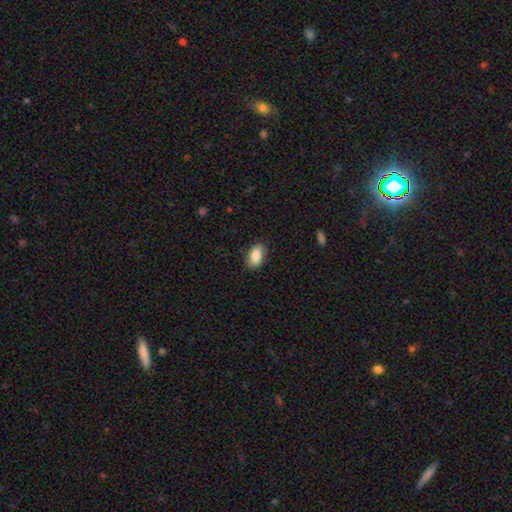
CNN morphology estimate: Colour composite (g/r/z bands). It shows a smooth galaxy with no disk features (88%) that is in between round and cigar-shaped (92%). Merging: none (83%).